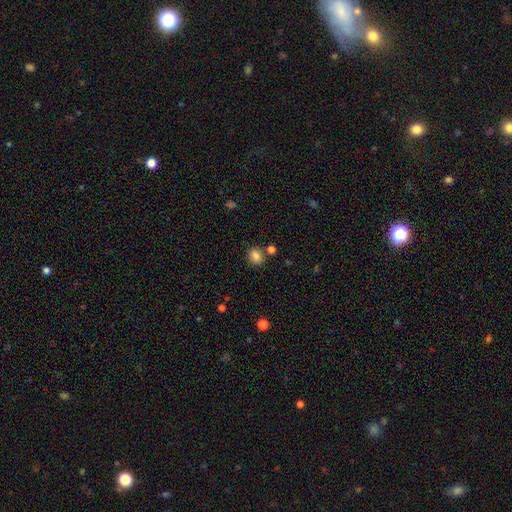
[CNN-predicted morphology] This appears to be a smooth galaxy with no disk features (84%) that is round (67%). Merging: none (79%).